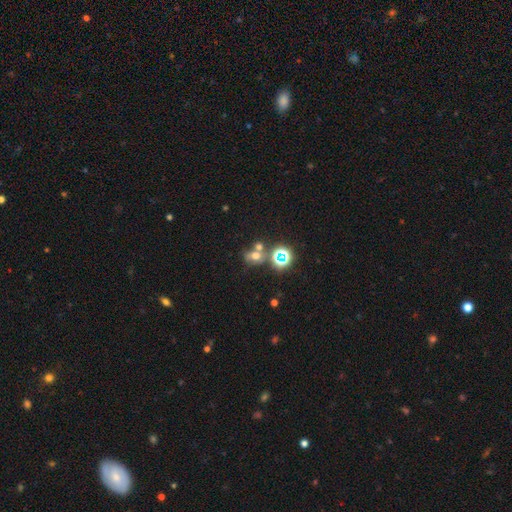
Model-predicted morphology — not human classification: Overall: smooth (50%; star or artifact 32%). How rounded: round (59%; in between 40%). Merging: none (44%; merger 36%).